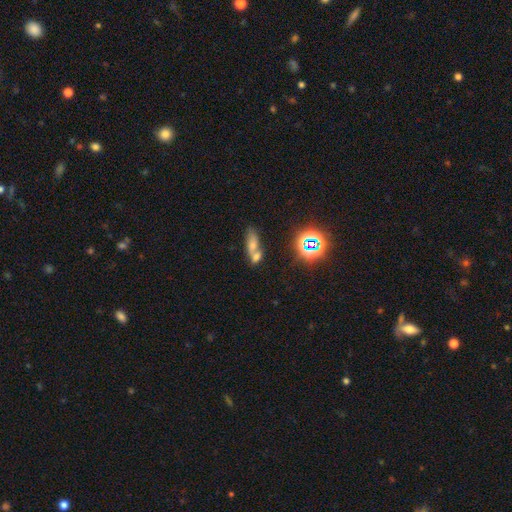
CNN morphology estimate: type=smooth (55%); roundness=in between (65%); merging=merger (60%).